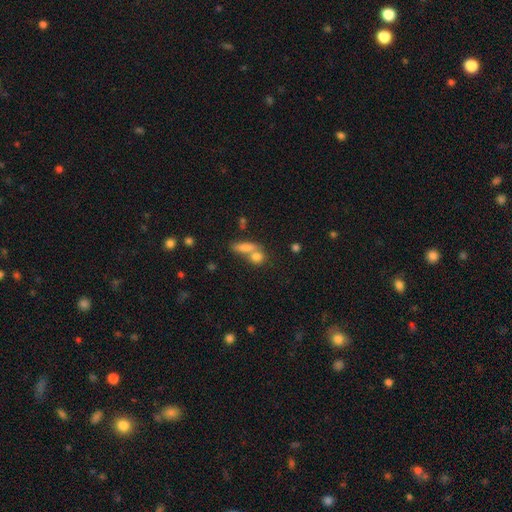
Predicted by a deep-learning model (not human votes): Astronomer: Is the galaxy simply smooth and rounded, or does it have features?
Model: smooth — 76%.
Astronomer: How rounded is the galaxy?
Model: in between — 46% (runner-up: round, 37%).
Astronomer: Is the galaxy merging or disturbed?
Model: merger — 46% (runner-up: none, 41%).